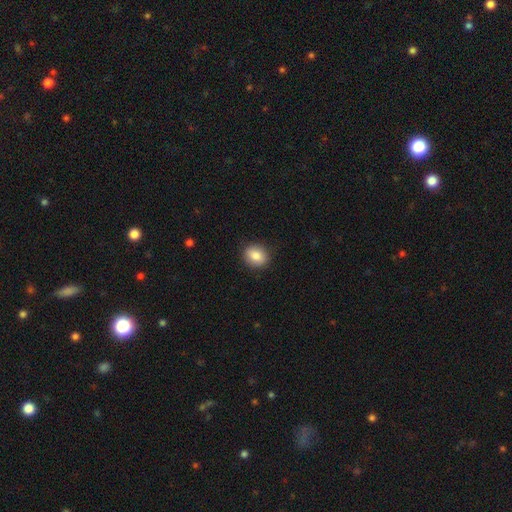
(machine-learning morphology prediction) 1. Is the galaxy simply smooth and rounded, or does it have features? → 84% smooth, 8% star or artifact, 8% featured or disk.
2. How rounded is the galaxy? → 57% round, 42% in between, 1% cigar-shaped.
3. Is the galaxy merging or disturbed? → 89% none, 8% minor disturbance, 2% major disturbance, 1% merger.